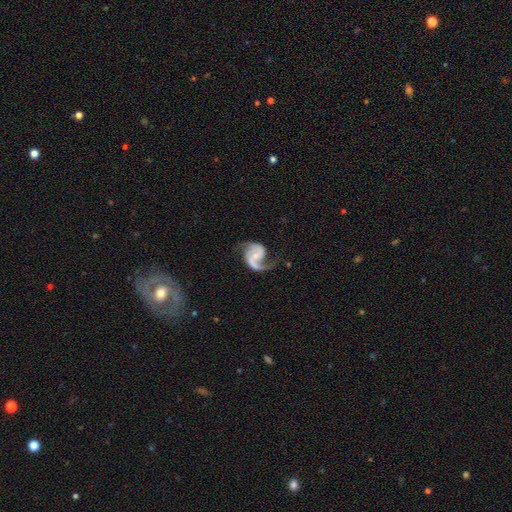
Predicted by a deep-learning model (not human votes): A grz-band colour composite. It shows a featured or disk galaxy (90%) with no bar (51%), 2 (83%) medium (49%) spiral arms (97%) and a small central bulge (57%). Merging: none (63%).